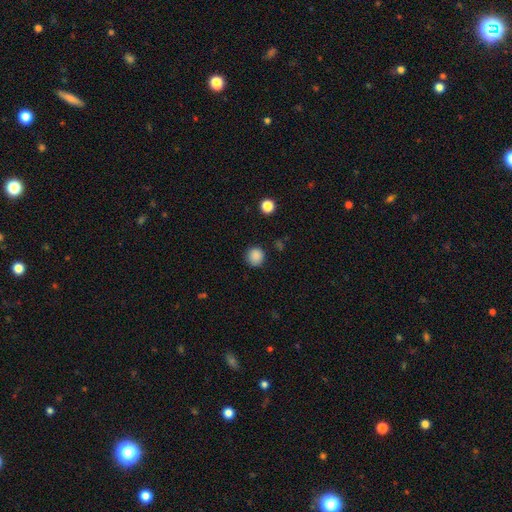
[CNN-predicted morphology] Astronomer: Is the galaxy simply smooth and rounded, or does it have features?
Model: smooth — 86%.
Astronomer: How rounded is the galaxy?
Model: round — 93%.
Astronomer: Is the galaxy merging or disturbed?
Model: none — 87%.